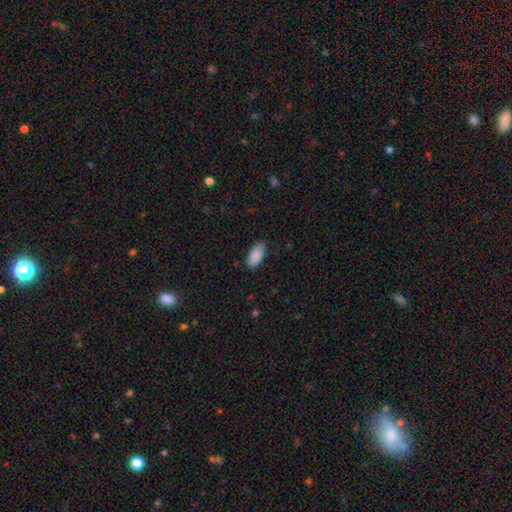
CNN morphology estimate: The model was most divided on "merging": none: 84%, minor disturbance: 13%, major disturbance: 3%, merger: 1%. More confident: how rounded — in between (94%); smooth or featured — smooth (90%).